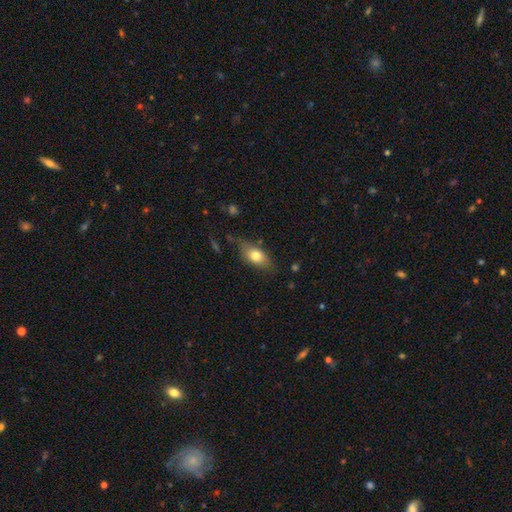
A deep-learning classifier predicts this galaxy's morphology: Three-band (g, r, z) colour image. It shows a smooth galaxy with no disk features (74%) that is in between round and cigar-shaped (85%). Merging: none (66%).